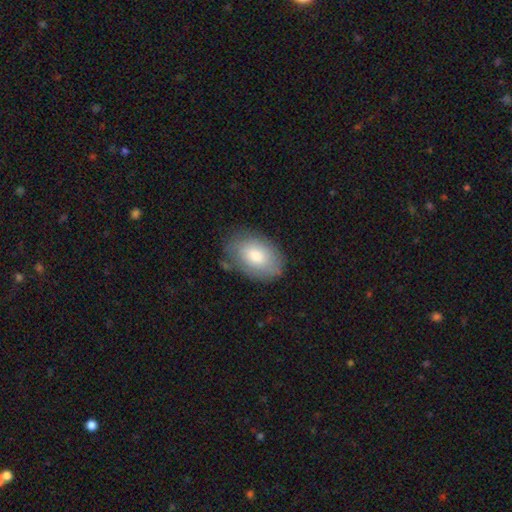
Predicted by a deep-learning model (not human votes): Smooth or featured?
  - smooth: 78% *
  - featured or disk: 15%
  - star or artifact: 7%
How rounded?
  - in between: 90% *
  - round: 9%
  - cigar-shaped: 1%
Merging?
  - none: 77% *
  - minor disturbance: 17%
  - major disturbance: 4%
  - merger: 2%